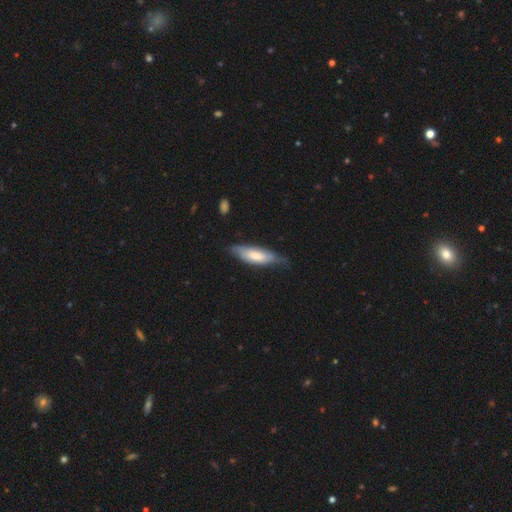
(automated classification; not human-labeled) Smooth or featured: smooth — 64% (featured or disk — 31%)
How rounded: cigar-shaped — 52% (in between — 47%)
Merging: none — 59% (minor disturbance — 32%)